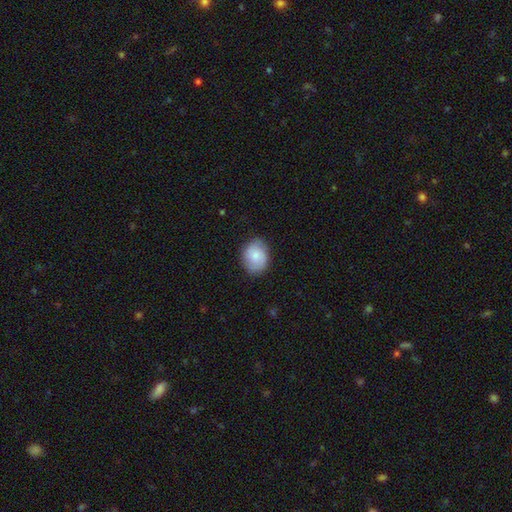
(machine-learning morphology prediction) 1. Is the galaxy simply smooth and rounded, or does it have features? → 75% smooth, 18% featured or disk, 7% star or artifact.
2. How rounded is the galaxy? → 53% in between, 46% round, 1% cigar-shaped.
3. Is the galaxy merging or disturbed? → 80% none, 16% minor disturbance, 3% major disturbance, 1% merger.